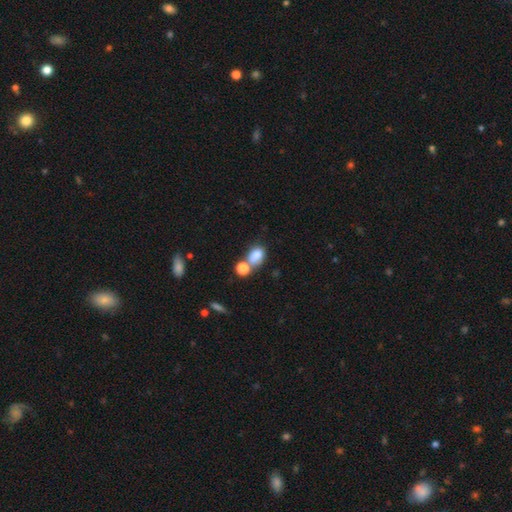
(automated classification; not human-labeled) Overall: smooth (80%). How rounded: in between (72%). Merging: merger (42%; none 38%).